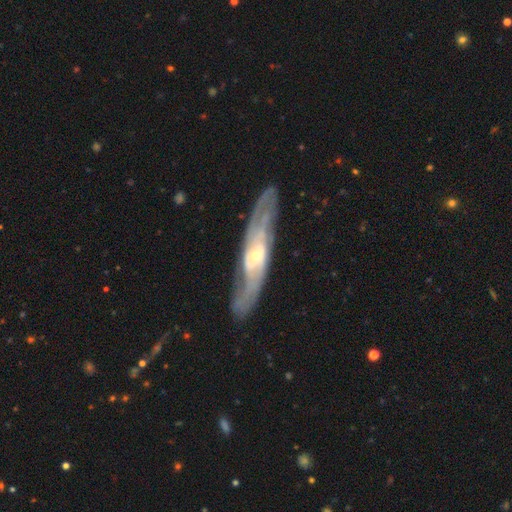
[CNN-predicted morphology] type=featured or disk (81%); edge-on=no (62%); bar=no (46%); spiral arms=yes (89%); bulge=small (60%); merging=none (79%).